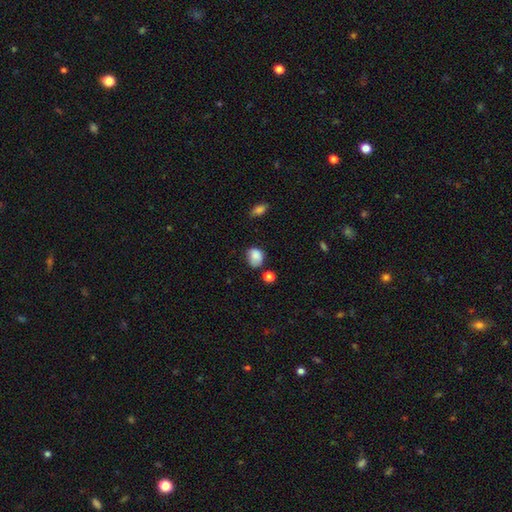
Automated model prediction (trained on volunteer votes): A smooth galaxy with no disk features (83%) that is in between round and cigar-shaped (55%).

Vote fractions:
- Smooth or featured? smooth: 83% / star or artifact: 9% / featured or disk: 8%
- How rounded? in between: 55% / round: 44% / cigar-shaped: 1%
- Merging? none: 47% / minor disturbance: 36% / major disturbance: 11% / merger: 6%